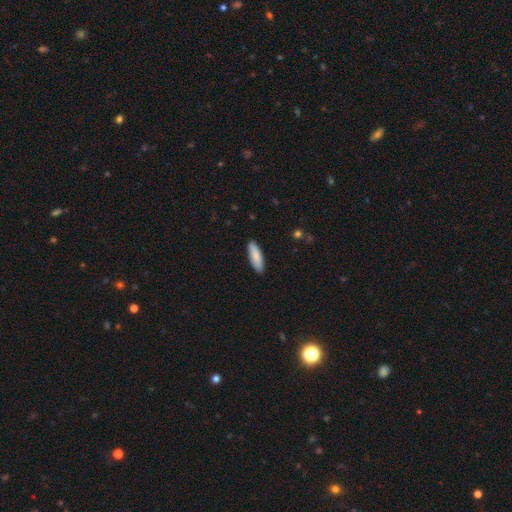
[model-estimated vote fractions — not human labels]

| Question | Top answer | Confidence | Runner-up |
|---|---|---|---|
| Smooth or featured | smooth | 87% | featured or disk (8%) |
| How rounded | in between | 49% | tied: cigar-shaped (49%) |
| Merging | none | 89% | minor disturbance (8%) |